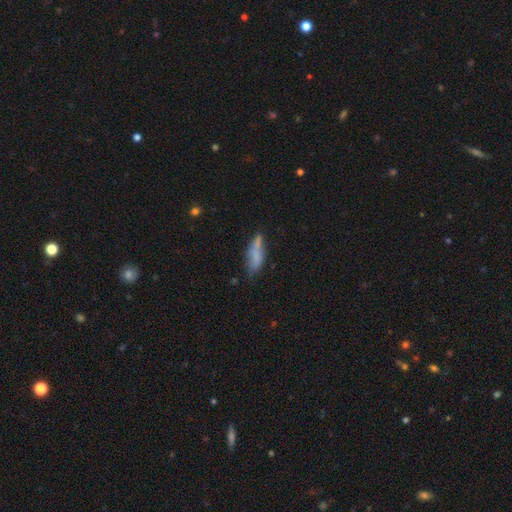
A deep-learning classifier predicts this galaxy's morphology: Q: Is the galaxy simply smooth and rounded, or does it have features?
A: smooth — 65%.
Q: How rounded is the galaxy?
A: in between — 57%.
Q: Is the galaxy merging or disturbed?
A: none — 45%.